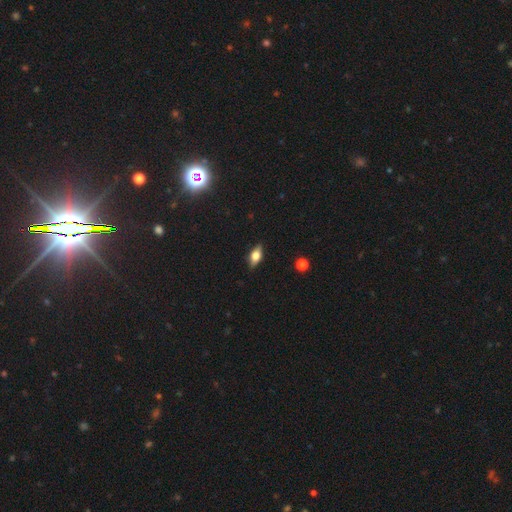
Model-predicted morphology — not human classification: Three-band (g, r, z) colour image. It shows a smooth galaxy with no disk features (61%) that is in between round and cigar-shaped (82%). Merging: none (86%).